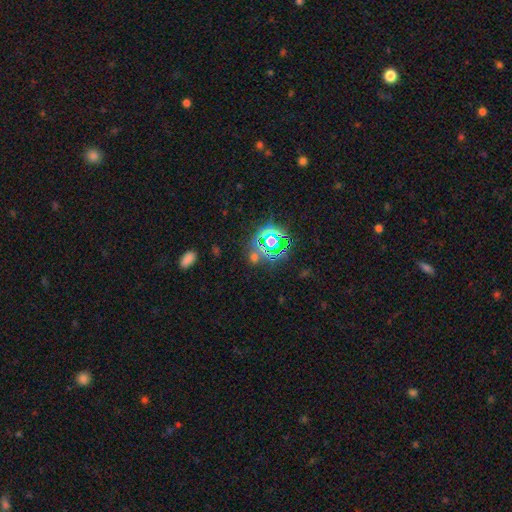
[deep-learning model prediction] A star or artifact, not a galaxy (72%).

Vote fractions:
- Smooth or featured? star or artifact: 72% / smooth: 19% / featured or disk: 9%